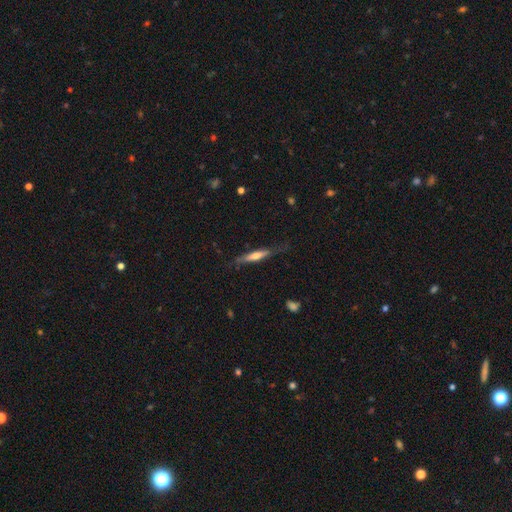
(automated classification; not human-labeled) smooth-or-featured: featured or disk: 52% | smooth: 42% | star or artifact: 6%
  disk-edge-on: yes: 92% | no: 8%
  merging: none: 72% | minor disturbance: 21% | major disturbance: 6% | merger: 2%